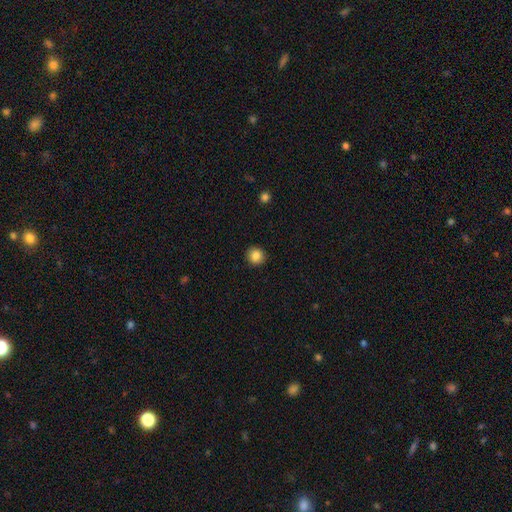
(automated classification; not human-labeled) Smooth or featured: smooth — 86% (star or artifact — 10%)
How rounded: round — 92% (in between — 7%)
Merging: none — 92% (minor disturbance — 6%)